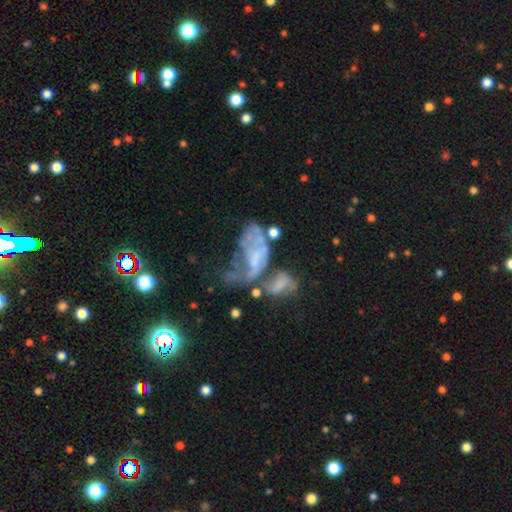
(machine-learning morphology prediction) A featured or disk galaxy (60%) with no bar (76%), no spiral arms (65%) and no central bulge (54%). Merging: merger (42%).